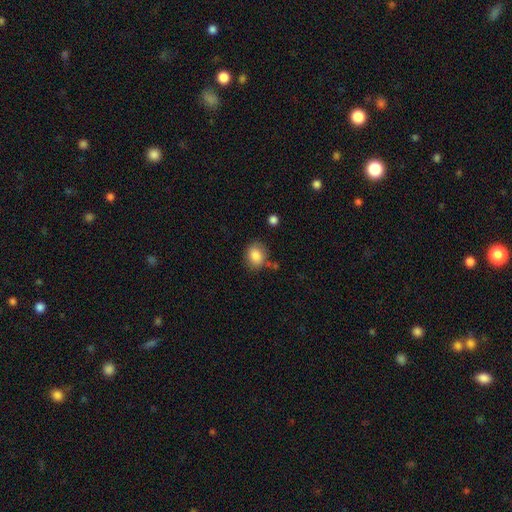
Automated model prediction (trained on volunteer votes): Q: Smooth or featured?
A: smooth (84%); runner-up: star or artifact (9%)
Q: How rounded?
A: round (57%); runner-up: in between (42%)
Q: Merging?
A: none (70%); runner-up: minor disturbance (19%)